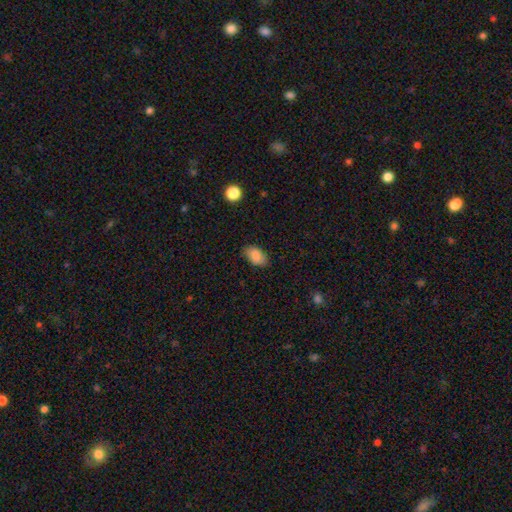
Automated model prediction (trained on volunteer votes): Smooth or featured?
  - smooth: 85% *
  - featured or disk: 8%
  - star or artifact: 8%
How rounded?
  - in between: 91% *
  - round: 7%
  - cigar-shaped: 2%
Merging?
  - none: 82% *
  - minor disturbance: 14%
  - major disturbance: 3%
  - merger: 1%